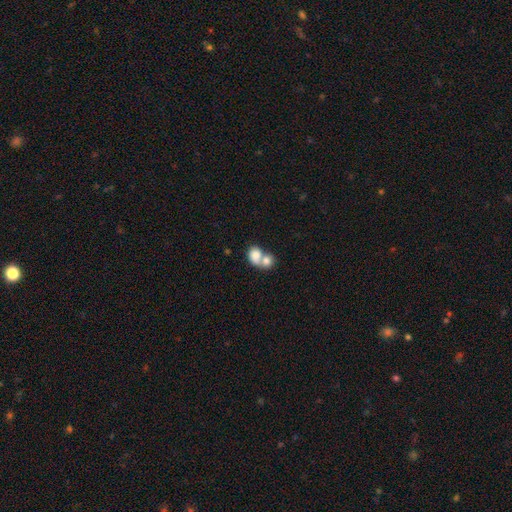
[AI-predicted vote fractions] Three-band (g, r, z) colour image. It shows a smooth galaxy with no disk features (78%) that is in between round and cigar-shaped (50%). Merging: merger (73%).